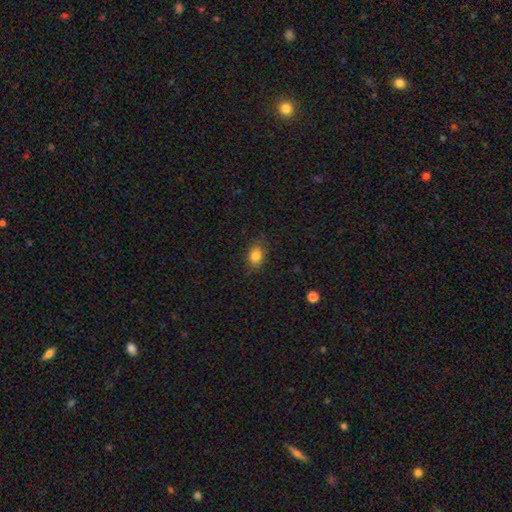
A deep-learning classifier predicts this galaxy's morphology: A smooth galaxy with no disk features (83%) that is in between round and cigar-shaped (72%). Merging: none (83%).